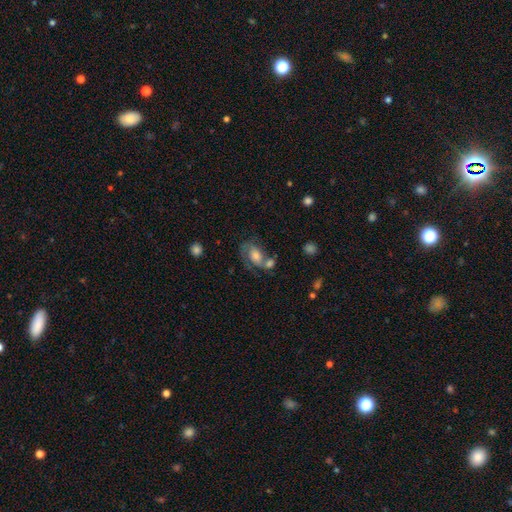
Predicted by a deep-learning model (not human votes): This appears to be a featured or disk galaxy (54%) with no bar (68%), spiral arms (78%) and a moderate central bulge (48%). Merging: none (37%).